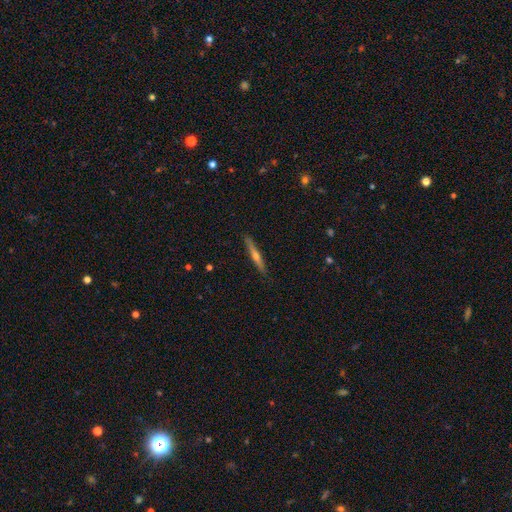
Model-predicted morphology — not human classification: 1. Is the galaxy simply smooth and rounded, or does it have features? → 65% featured or disk, 28% smooth, 6% star or artifact.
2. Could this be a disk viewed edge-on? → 97% yes, 3% no.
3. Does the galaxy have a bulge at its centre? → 81% rounded, 15% none, 4% boxy.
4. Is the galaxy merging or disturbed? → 90% none, 8% minor disturbance, 1% major disturbance, 1% merger.